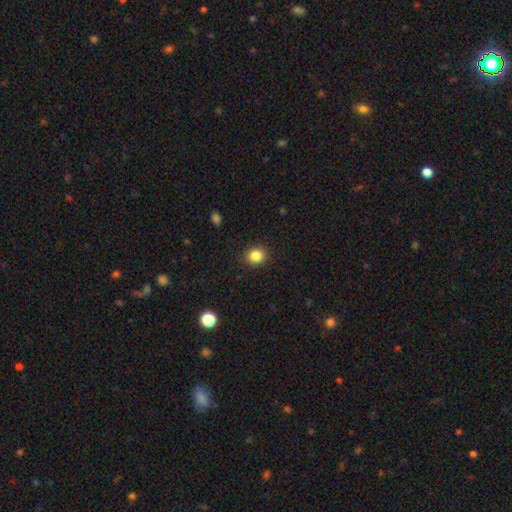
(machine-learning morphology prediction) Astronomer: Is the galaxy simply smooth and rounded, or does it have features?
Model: smooth — 86%.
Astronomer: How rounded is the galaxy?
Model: round — 76%.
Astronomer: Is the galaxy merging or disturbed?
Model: none — 89%.